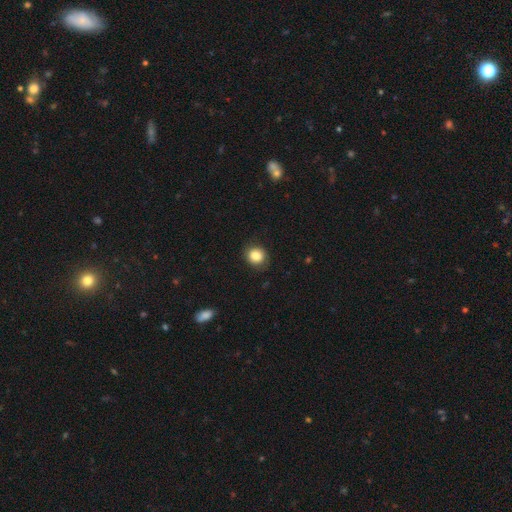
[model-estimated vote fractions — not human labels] smooth-or-featured: smooth: 84% | star or artifact: 9% | featured or disk: 7%
  how-rounded: round: 79% | in between: 20% | cigar-shaped: 1%
  merging: none: 82% | minor disturbance: 13% | major disturbance: 4% | merger: 1%